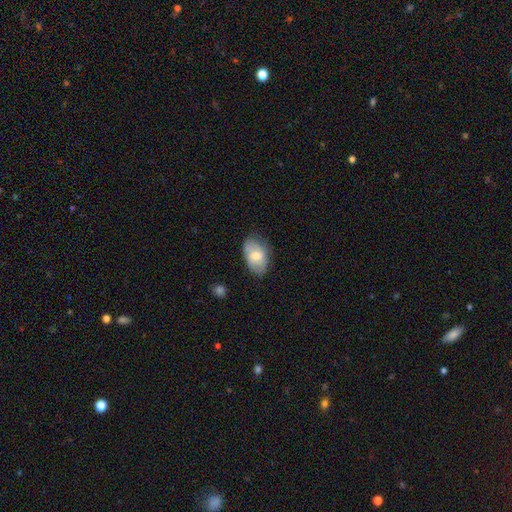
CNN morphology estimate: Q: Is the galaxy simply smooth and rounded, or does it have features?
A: smooth — 66%.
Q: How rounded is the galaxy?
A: in between — 90%.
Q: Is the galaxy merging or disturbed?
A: none — 72%.